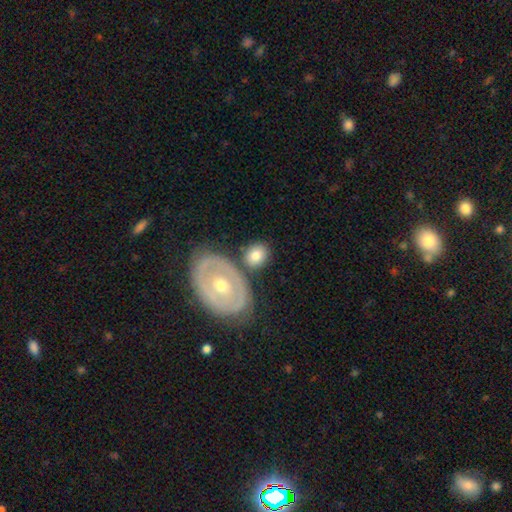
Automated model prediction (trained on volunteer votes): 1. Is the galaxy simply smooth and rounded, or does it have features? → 69% smooth, 25% featured or disk, 5% star or artifact.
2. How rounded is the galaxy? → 53% round, 45% in between, 1% cigar-shaped.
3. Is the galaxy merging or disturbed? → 65% none, 16% merger, 15% minor disturbance, 5% major disturbance.